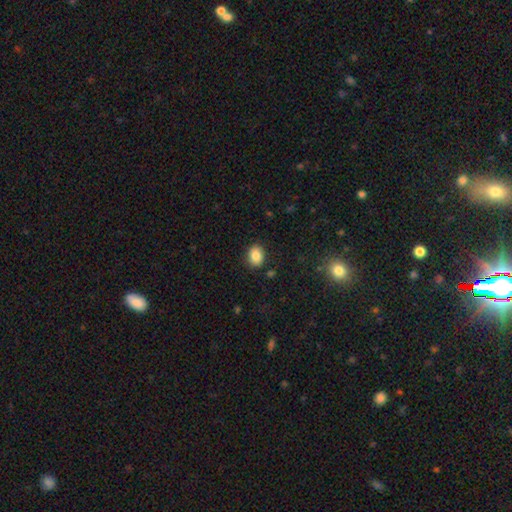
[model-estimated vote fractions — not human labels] smooth-or-featured: smooth: 84% | star or artifact: 9% | featured or disk: 6%
  how-rounded: in between: 64% | round: 35% | cigar-shaped: 1%
  merging: none: 87% | minor disturbance: 9% | major disturbance: 2% | merger: 1%